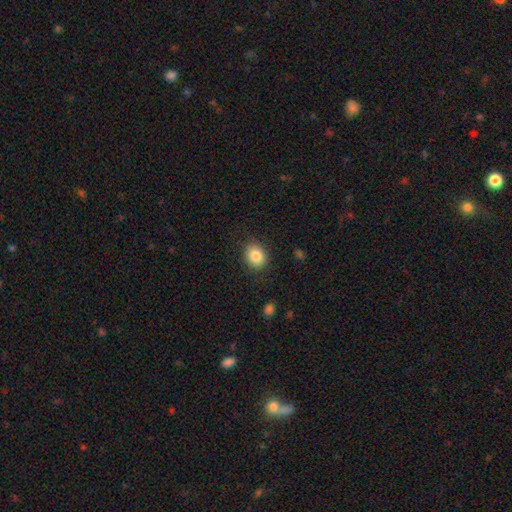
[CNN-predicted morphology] A smooth galaxy with no disk features (85%) that is round (55%).

Vote fractions:
- Smooth or featured? smooth: 85% / star or artifact: 9% / featured or disk: 6%
- How rounded? round: 55% / in between: 44% / cigar-shaped: 1%
- Merging? none: 85% / minor disturbance: 10% / major disturbance: 3% / merger: 1%